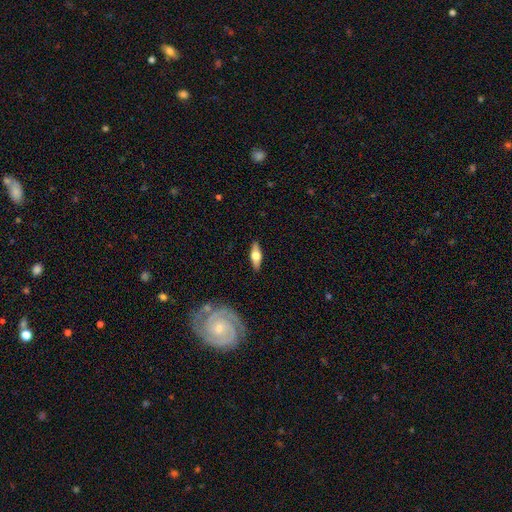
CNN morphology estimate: The model was most divided on "smooth or featured": featured or disk: 53%, smooth: 41%, star or artifact: 6%. More confident: merging — none (87%); edge-on disk — yes (87%).